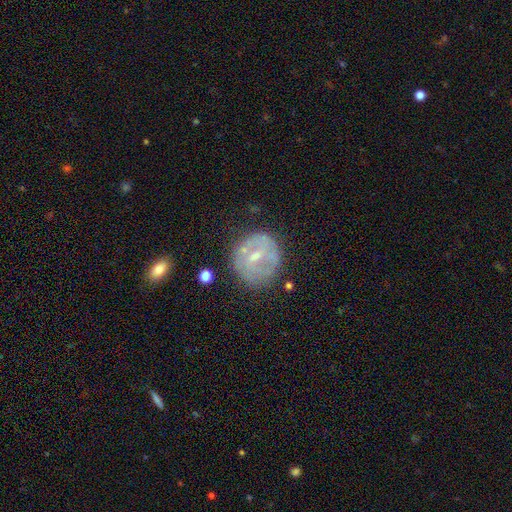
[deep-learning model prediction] A featured or disk galaxy (63%) with a weak bar (49%), spiral arms (50%, tied with no) and a small central bulge (58%).

Vote fractions:
- Smooth or featured? featured or disk: 63% / smooth: 29% / star or artifact: 8%
- Edge-on disk? no: 97% / yes: 3%
- Bar? weak: 49% / no: 35% / strong: 17%
- Spiral arms? yes: 50% (tied) / no: 50% (tied)
- Bulge size? small: 58% / moderate: 34% / none: 6% / large: 1% / dominant: 1%
- Merging? none: 69% / minor disturbance: 19% / major disturbance: 8% / merger: 3%